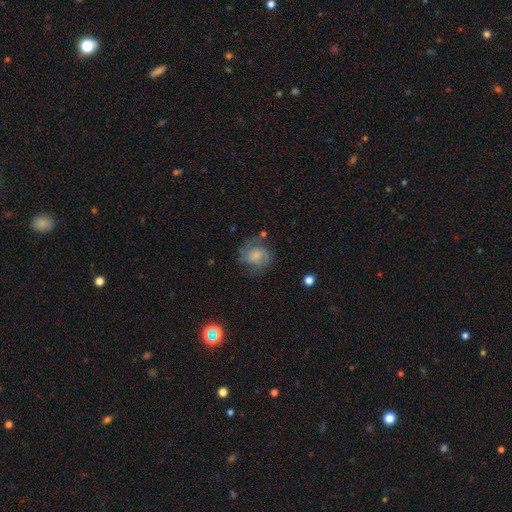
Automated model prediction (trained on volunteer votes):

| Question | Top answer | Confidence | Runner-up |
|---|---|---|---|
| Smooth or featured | featured or disk | 47% | smooth (44%) |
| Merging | none | 54% | minor disturbance (24%) |